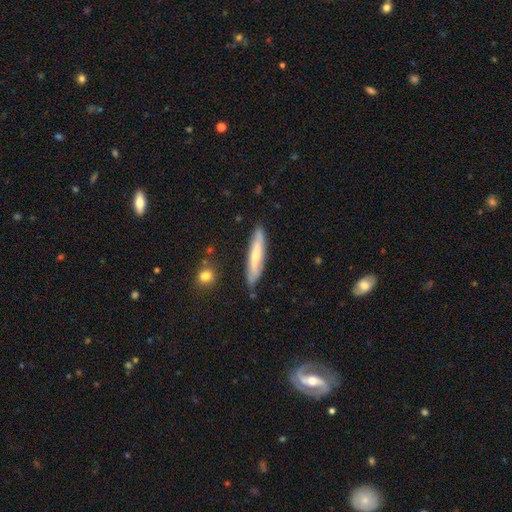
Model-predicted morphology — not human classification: Smooth or featured? smooth (51%)
How rounded? cigar-shaped (88%)
Merging? none (83%)